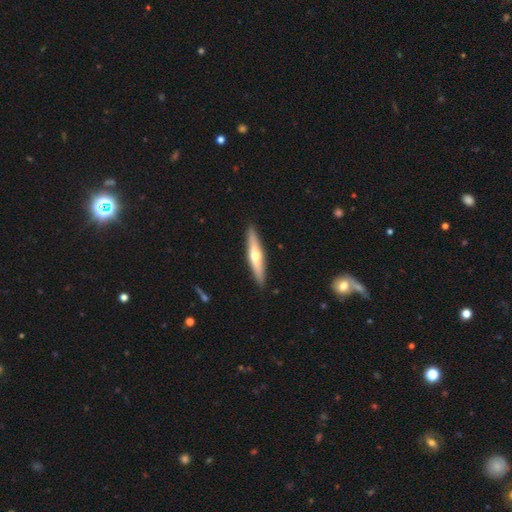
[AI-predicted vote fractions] This is possibly a featured or disk galaxy (57%). It is clearly viewed edge-on (93%). Edge-on bulge: clearly rounded (91%). Merging: clearly none (91%).